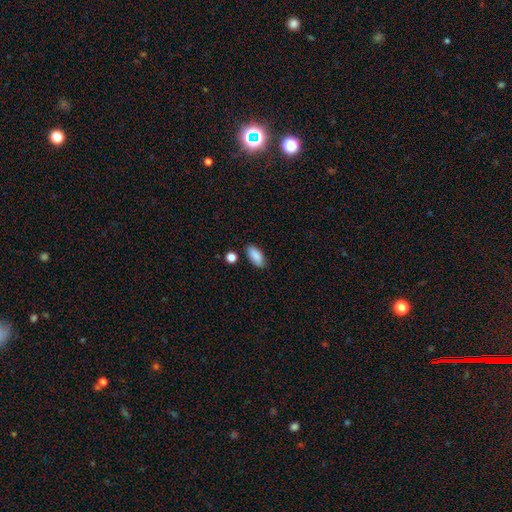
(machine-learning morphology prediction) A smooth galaxy with no disk features (88%) that is in between round and cigar-shaped (89%). Merging: none (81%).